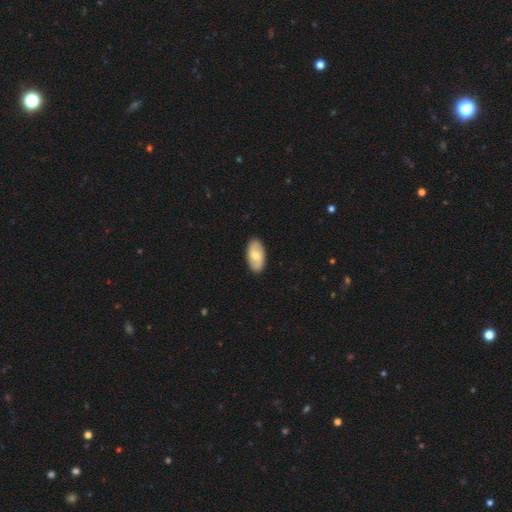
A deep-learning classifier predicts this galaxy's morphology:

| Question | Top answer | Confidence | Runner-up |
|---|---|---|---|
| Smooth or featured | smooth | 61% | featured or disk (33%) |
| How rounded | in between | 94% | round (3%) |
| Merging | none | 90% | minor disturbance (8%) |